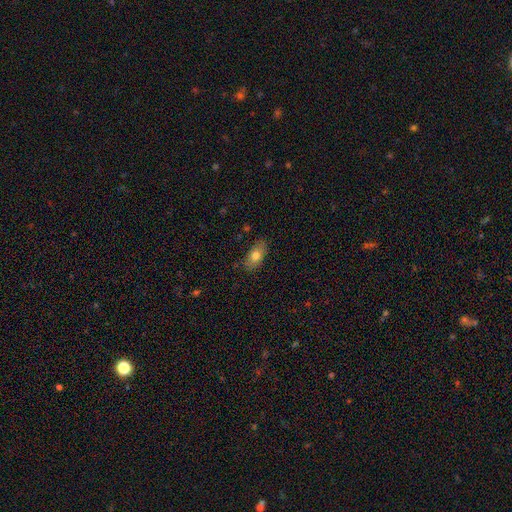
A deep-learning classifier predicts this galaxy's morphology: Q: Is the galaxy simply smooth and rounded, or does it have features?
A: smooth — 74%.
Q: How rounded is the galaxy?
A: in between — 88%.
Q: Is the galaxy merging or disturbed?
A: none — 80%.